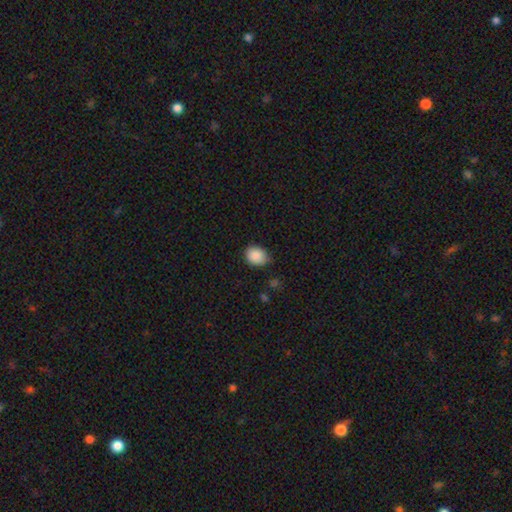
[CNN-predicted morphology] A smooth galaxy with no disk features (88%) that is round (55%). Merging: none (75%).